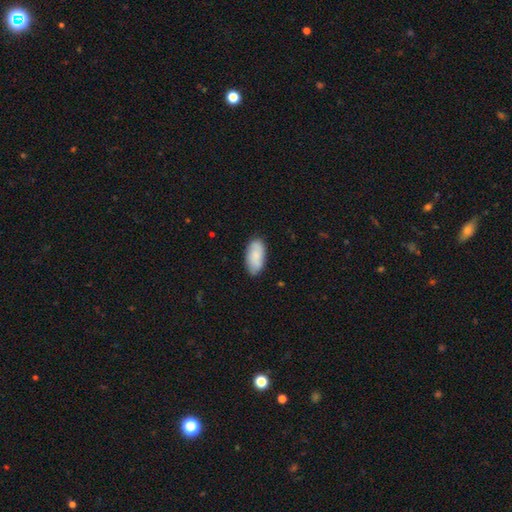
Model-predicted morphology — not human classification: A smooth galaxy with no disk features (82%) that is in between round and cigar-shaped (93%). Merging: none (83%).